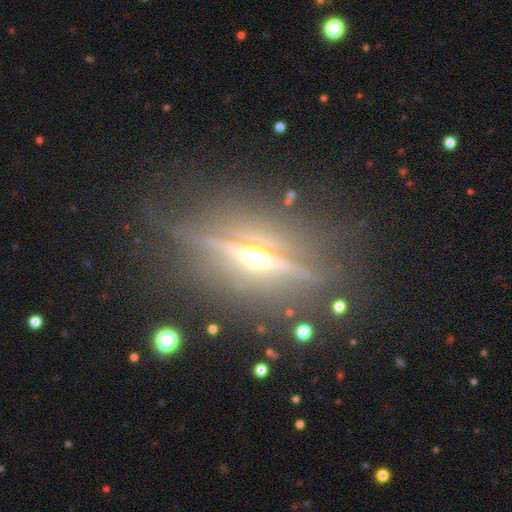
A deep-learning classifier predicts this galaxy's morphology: Q: Smooth or featured?
A: featured or disk (82%); runner-up: smooth (10%)
Q: Edge-on disk?
A: yes (94%); runner-up: no (6%)
Q: Edge-on bulge?
A: rounded (93%); runner-up: none (4%)
Q: Merging?
A: none (79%); runner-up: minor disturbance (13%)